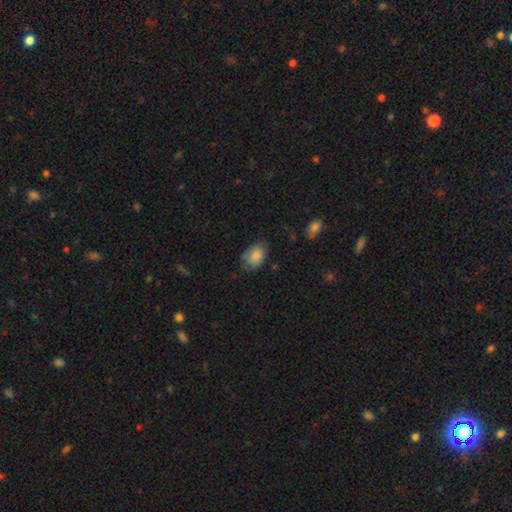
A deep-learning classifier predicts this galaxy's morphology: The model was most divided on "merging": none: 62%, minor disturbance: 29%, major disturbance: 7%, merger: 2%. More confident: how rounded — in between (84%); smooth or featured — smooth (84%).